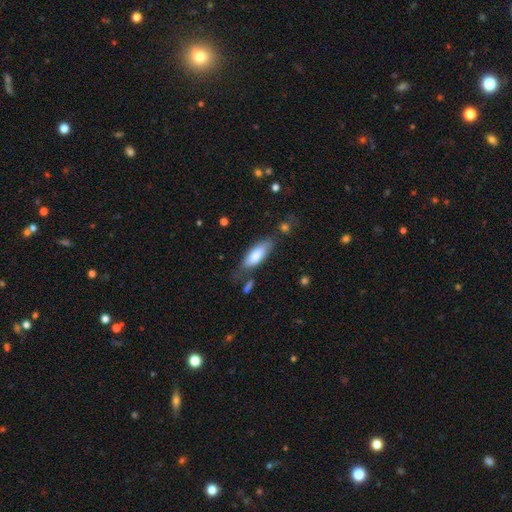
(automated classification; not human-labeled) A smooth galaxy with no disk features (79%) that is in between round and cigar-shaped (66%). Merging: none (63%).